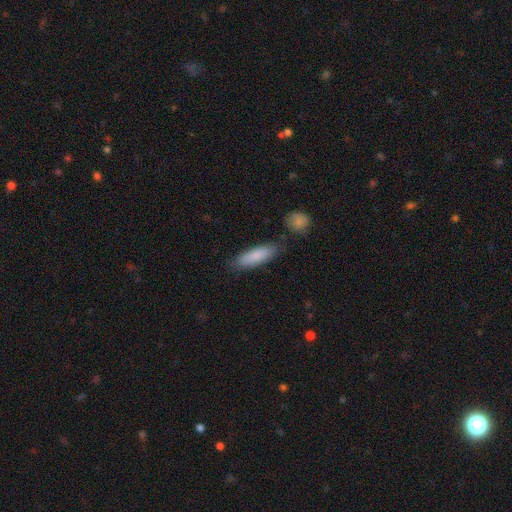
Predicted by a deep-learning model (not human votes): Overall: smooth (84%). How rounded: cigar-shaped (49%, tied with in between). Merging: none (80%).